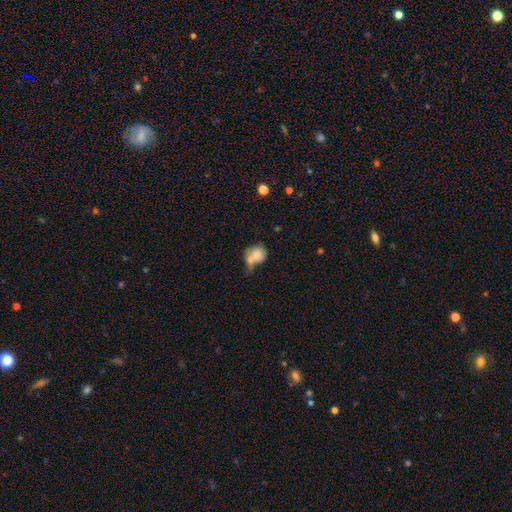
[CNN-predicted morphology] A smooth galaxy with no disk features (64%) that is round (62%).

Vote fractions:
- Smooth or featured? smooth: 64% / featured or disk: 28% / star or artifact: 8%
- How rounded? round: 62% / in between: 37% / cigar-shaped: 1%
- Merging? merger: 51% / none: 22% / minor disturbance: 17% / major disturbance: 11%